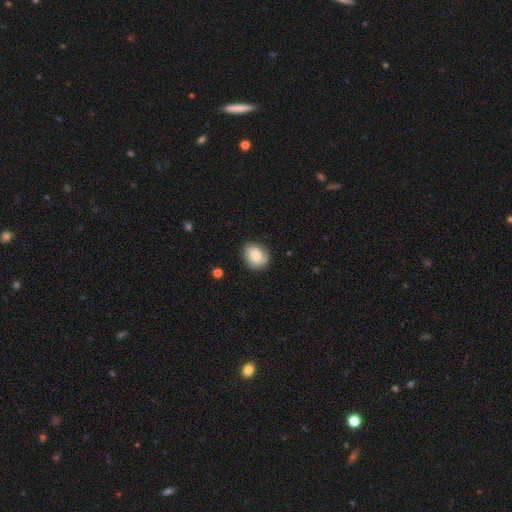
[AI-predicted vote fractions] The model was most divided on "how rounded": round: 56%, in between: 43%, cigar-shaped: 1%. More confident: merging — none (75%); smooth or featured — smooth (65%).